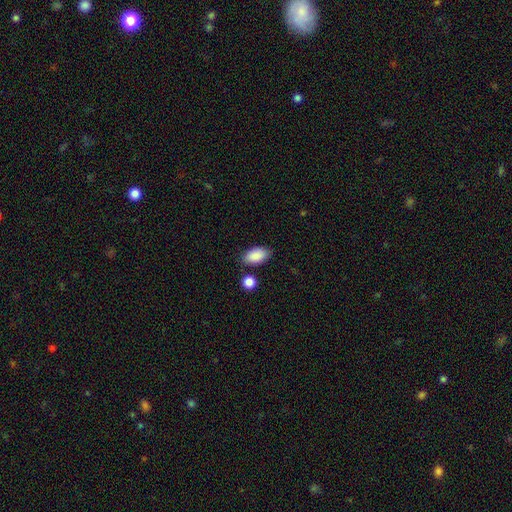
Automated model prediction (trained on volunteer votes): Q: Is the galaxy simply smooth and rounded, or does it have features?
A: smooth — 89%.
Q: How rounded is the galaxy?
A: in between — 93%.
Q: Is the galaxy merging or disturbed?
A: none — 79%.